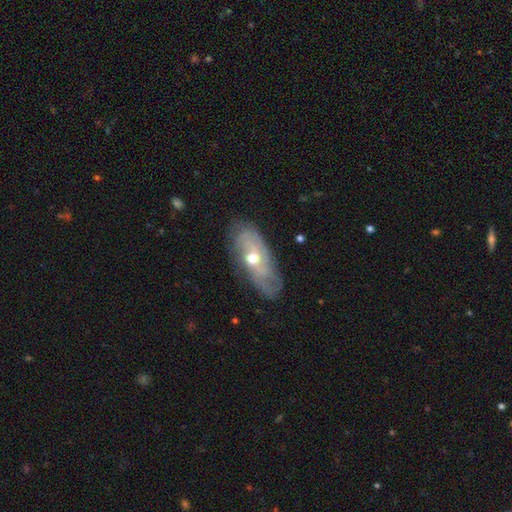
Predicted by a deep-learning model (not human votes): A featured or disk galaxy (69%) with no bar (76%), spiral arms (73%) and a moderate central bulge (61%). Merging: none (80%).